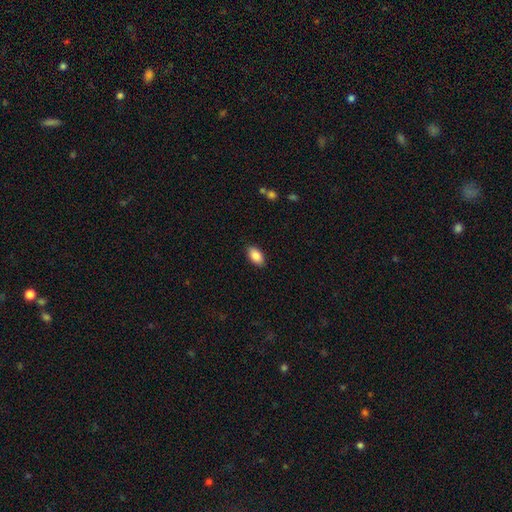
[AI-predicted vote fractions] This appears to be a smooth galaxy with no disk features (88%) that is in between round and cigar-shaped (94%). Merging: none (88%).